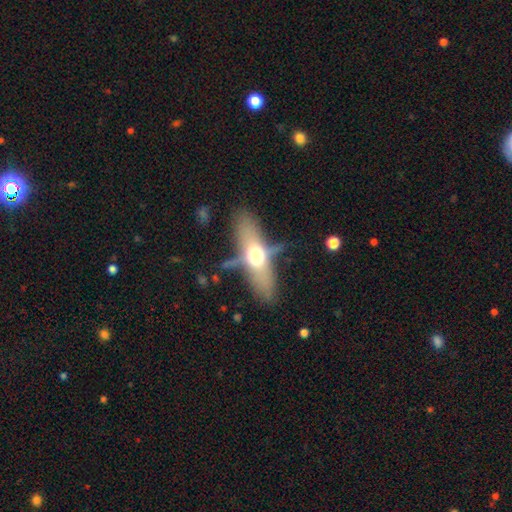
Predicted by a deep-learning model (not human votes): This is possibly a featured or disk galaxy (48%). Merging: possibly none (56%).